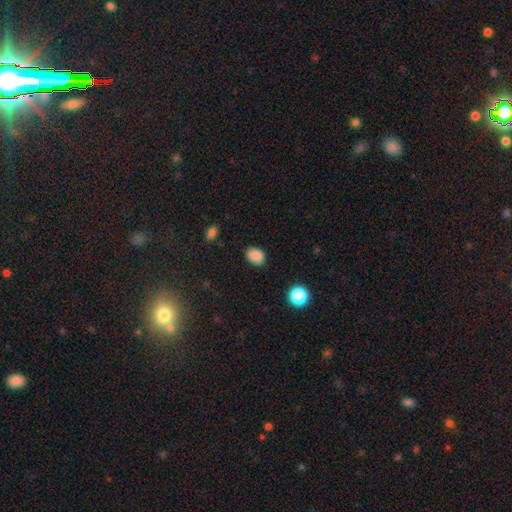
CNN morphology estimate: Smooth or featured? Predicted: smooth (p=0.87). How rounded? Predicted: in between (p=0.66). Merging? Predicted: none (p=0.84).